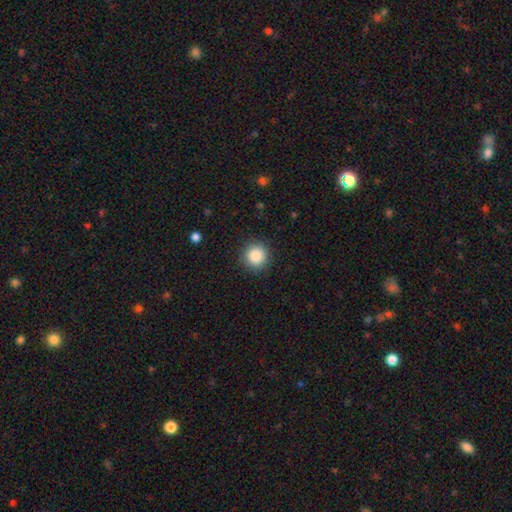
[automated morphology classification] Smooth or featured? smooth (87%)
How rounded? round (94%)
Merging? none (90%)